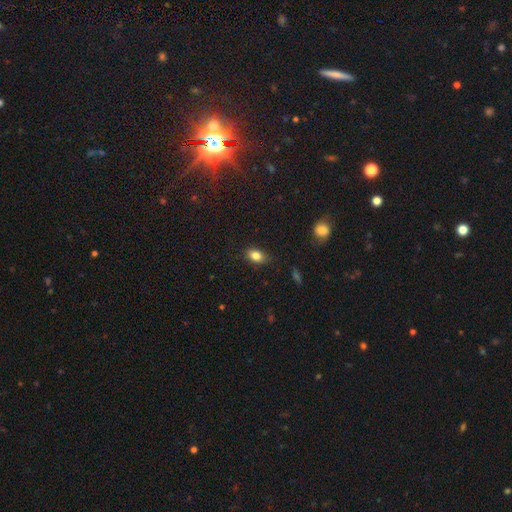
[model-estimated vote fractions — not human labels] A smooth galaxy with no disk features (82%) that is in between round and cigar-shaped (83%). Merging: none (80%).